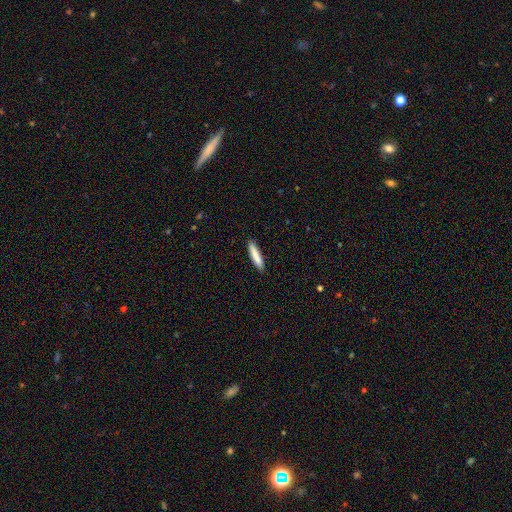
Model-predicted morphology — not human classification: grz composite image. It shows a smooth galaxy with no disk features (85%) that is cigar-shaped (88%). Merging: none (90%).